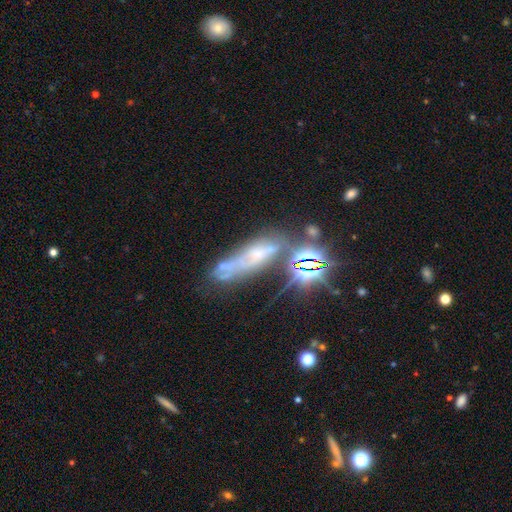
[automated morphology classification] featured or disk 41%, star or artifact 35%, smooth 24%. Down the decision tree: merging — none (37%).